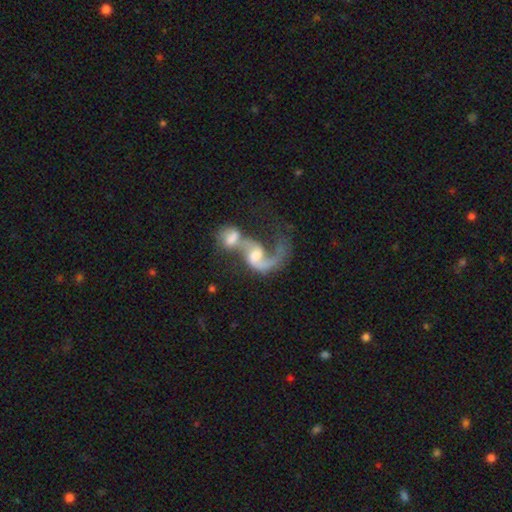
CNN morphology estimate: This appears to be a featured or disk galaxy (80%) with no bar (44%), 2 (56%) loose (75%) spiral arms (92%) and a moderate central bulge (51%). Merging: merger (71%).